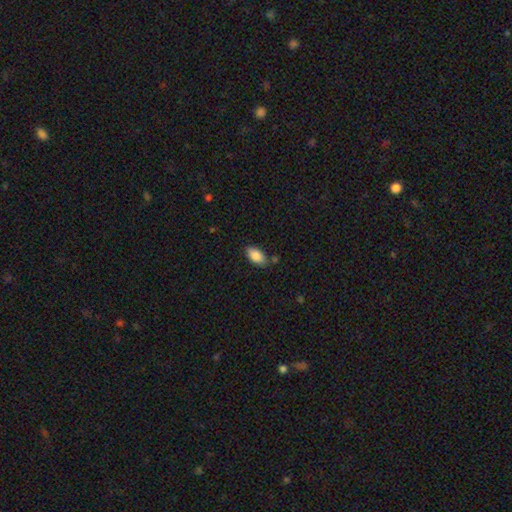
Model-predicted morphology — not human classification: Smooth or featured?
  - smooth: 86% *
  - star or artifact: 7%
  - featured or disk: 7%
How rounded?
  - in between: 92% *
  - cigar-shaped: 5%
  - round: 3%
Merging?
  - none: 79% *
  - minor disturbance: 14%
  - merger: 4%
  - major disturbance: 3%